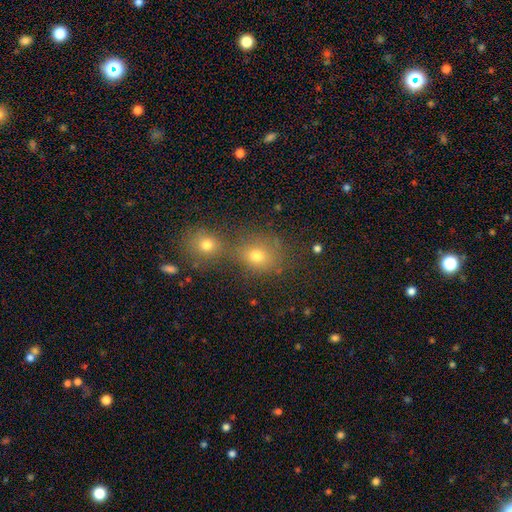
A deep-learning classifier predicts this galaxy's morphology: smooth 61%, star or artifact 27%, featured or disk 12%. Down the decision tree: how rounded — round (78%); merging — none (51%).